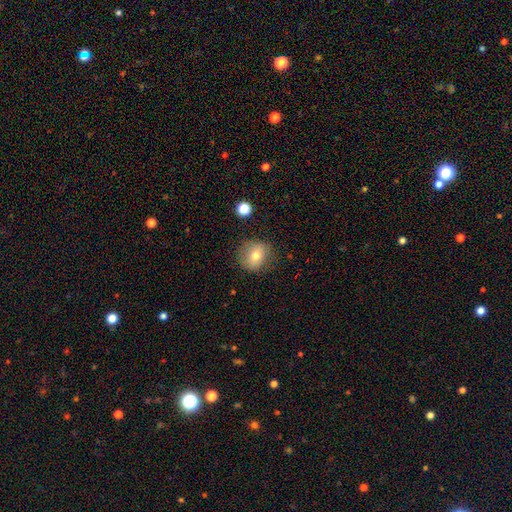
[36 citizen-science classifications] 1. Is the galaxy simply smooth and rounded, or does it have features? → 75% smooth, 22% featured or disk, 3% star or artifact.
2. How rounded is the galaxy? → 67% round, 30% in between, 4% cigar-shaped.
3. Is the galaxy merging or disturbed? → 69% none, 23% minor disturbance, 9% major disturbance, 0% merger.